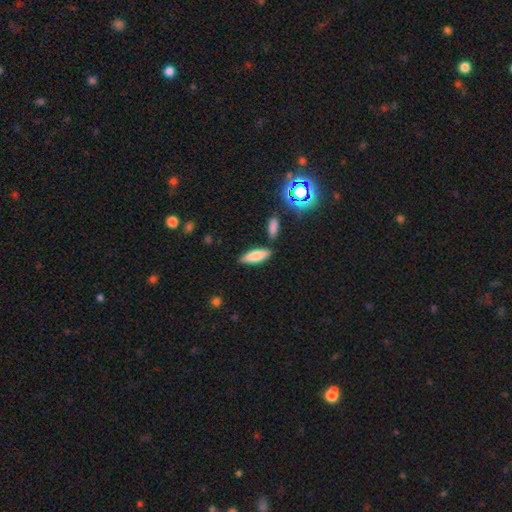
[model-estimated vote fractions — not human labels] Smooth or featured? smooth (78%)
How rounded? in between (58%)
Merging? none (79%)